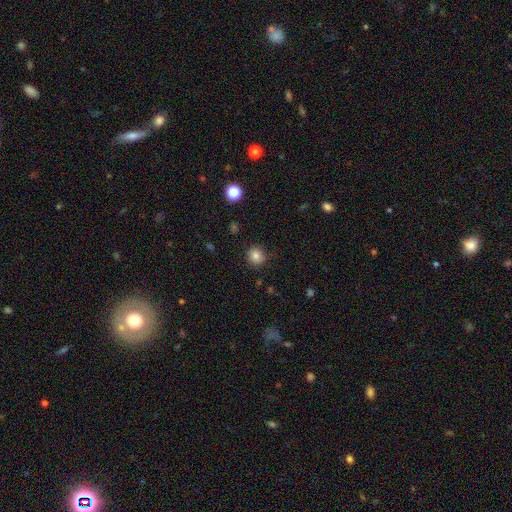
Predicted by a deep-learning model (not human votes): Smooth or featured: smooth — 83% (star or artifact — 11%)
How rounded: round — 88% (in between — 11%)
Merging: none — 87% (minor disturbance — 9%)